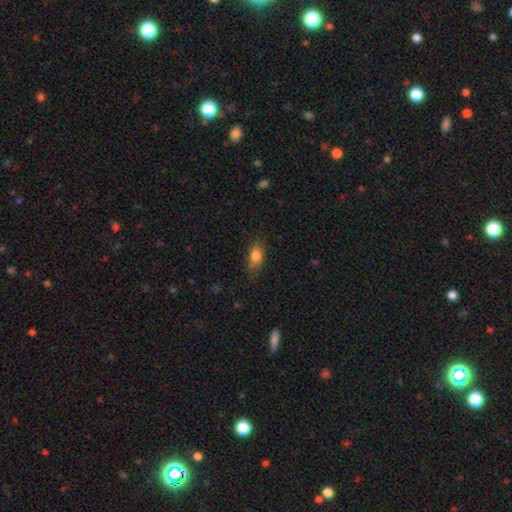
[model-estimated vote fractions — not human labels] This appears to be a smooth galaxy with no disk features (83%) that is in between round and cigar-shaped (83%). Merging: none (72%).